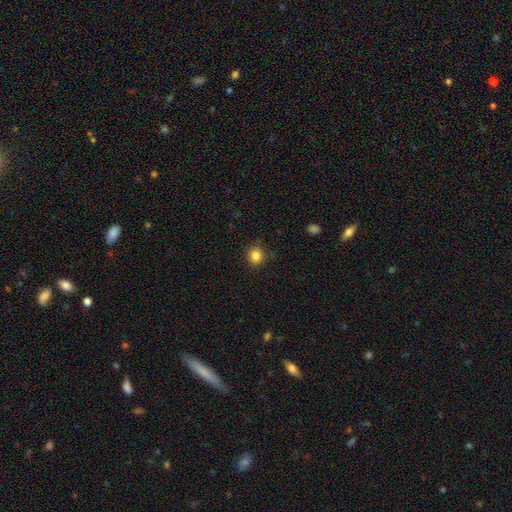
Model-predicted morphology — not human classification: A smooth galaxy with no disk features (84%) that is round (79%). Merging: none (86%).